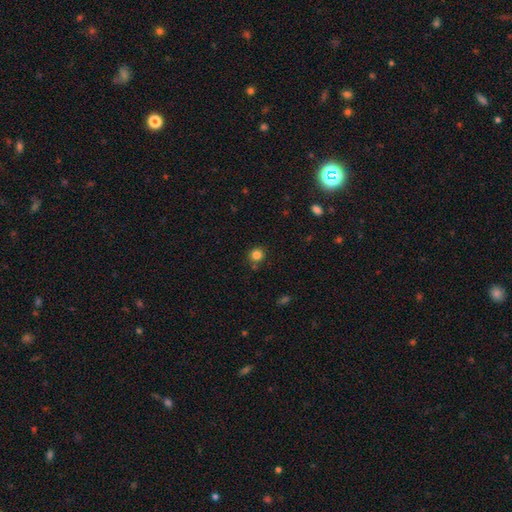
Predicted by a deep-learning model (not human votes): This is clearly a smooth galaxy (83%). How rounded: clearly round (91%). Merging: clearly none (82%).